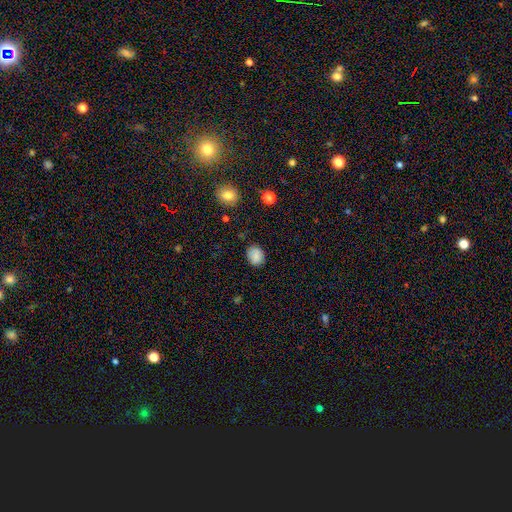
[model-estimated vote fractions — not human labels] The model was most divided on "how rounded": round: 60%, in between: 39%, cigar-shaped: 1%. More confident: smooth or featured — smooth (84%); merging — none (81%).